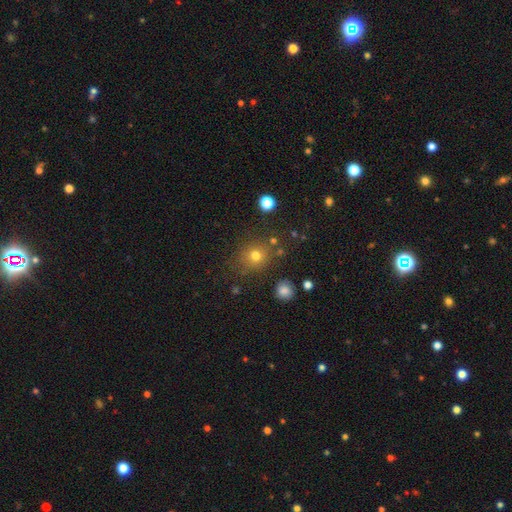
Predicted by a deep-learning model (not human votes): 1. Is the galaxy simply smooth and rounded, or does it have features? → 75% smooth, 17% star or artifact, 9% featured or disk.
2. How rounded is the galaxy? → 85% round, 14% in between, 1% cigar-shaped.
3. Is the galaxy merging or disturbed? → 80% none, 11% minor disturbance, 5% major disturbance, 5% merger.